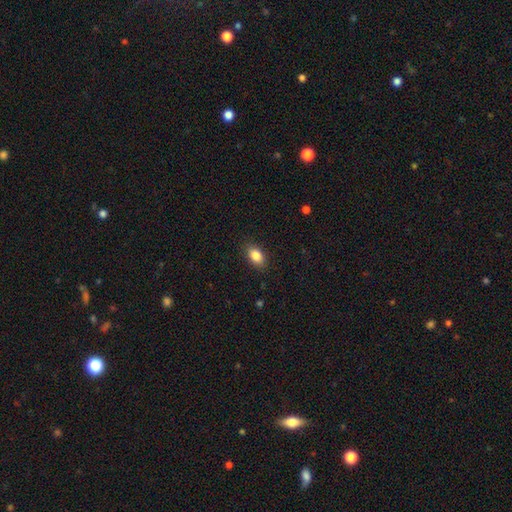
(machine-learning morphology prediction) type=smooth (85%); roundness=in between (87%); merging=none (88%).